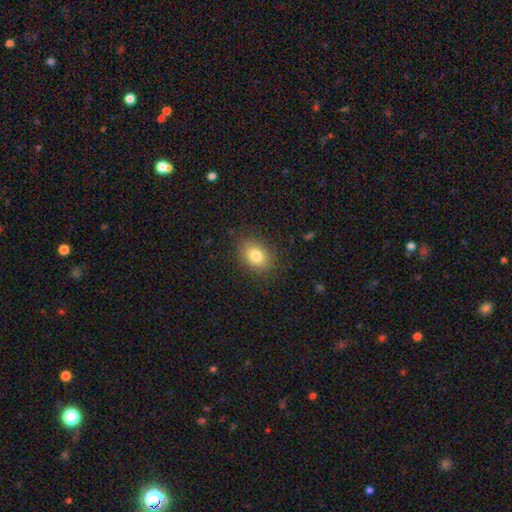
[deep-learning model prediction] Q: Smooth or featured?
A: smooth (80%); runner-up: star or artifact (10%)
Q: How rounded?
A: in between (59%); runner-up: round (40%)
Q: Merging?
A: none (84%); runner-up: minor disturbance (11%)